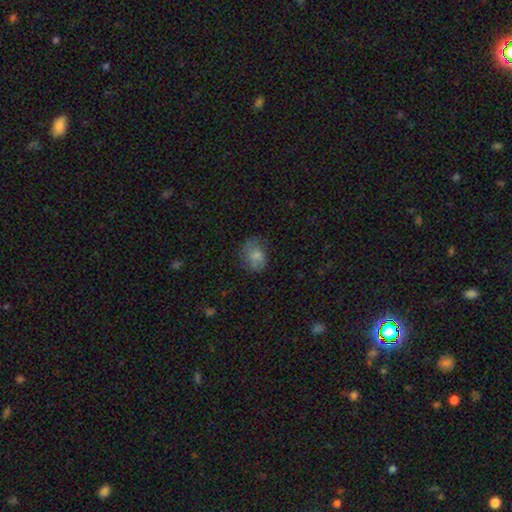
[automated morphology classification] type=smooth (67%); roundness=in between (55%); merging=none (56%).